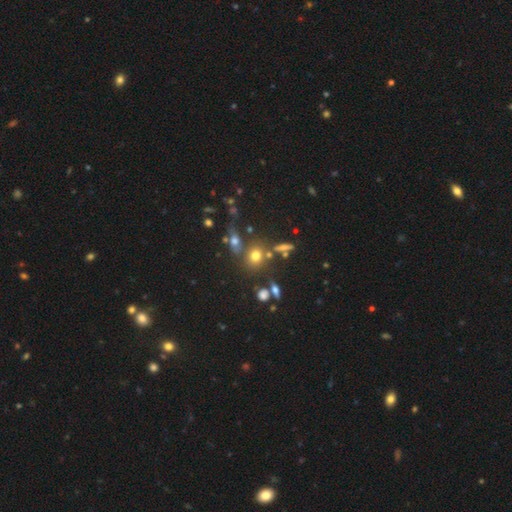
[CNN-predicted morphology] smooth 68%, star or artifact 19%, featured or disk 13%. Down the decision tree: how rounded — round (69%); merging — none (63%).